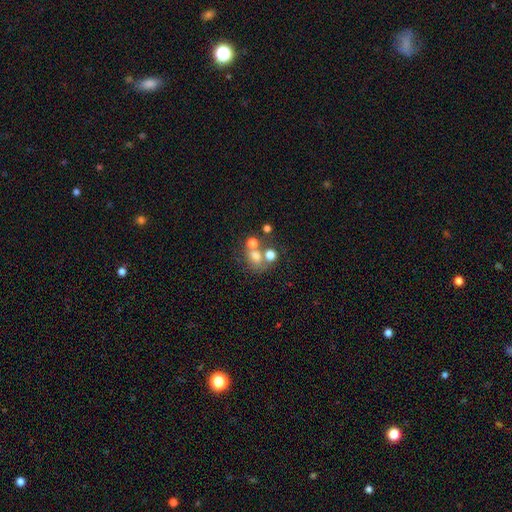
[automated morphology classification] A smooth galaxy with no disk features (63%) that is round (60%).

Vote fractions:
- Smooth or featured? smooth: 63% / featured or disk: 20% / star or artifact: 17%
- How rounded? round: 60% / in between: 39% / cigar-shaped: 1%
- Merging? merger: 43% / none: 39% / minor disturbance: 10% / major disturbance: 8%